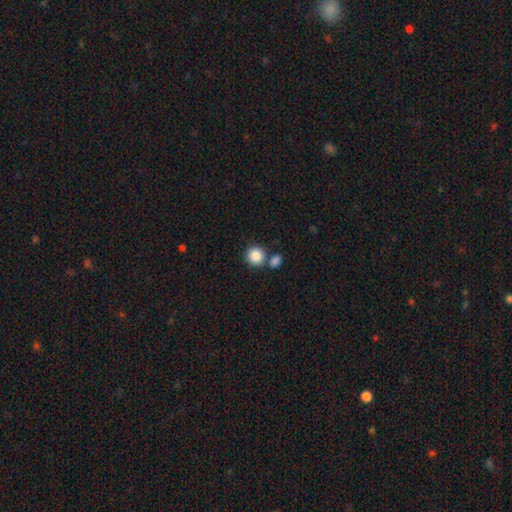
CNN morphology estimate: smooth_or_featured: smooth (p=0.86) [alt: star or artifact p=0.08]
how_rounded: round (p=0.88) [alt: in between p=0.11]
merging: none (p=0.67) [alt: merger p=0.22]